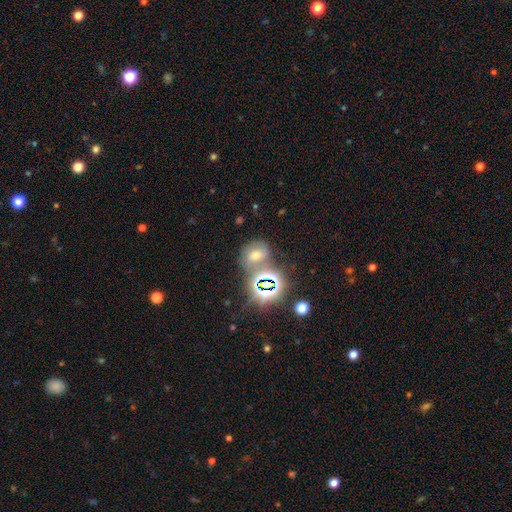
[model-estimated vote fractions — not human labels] A star or artifact, not a galaxy (41%, tied with smooth).